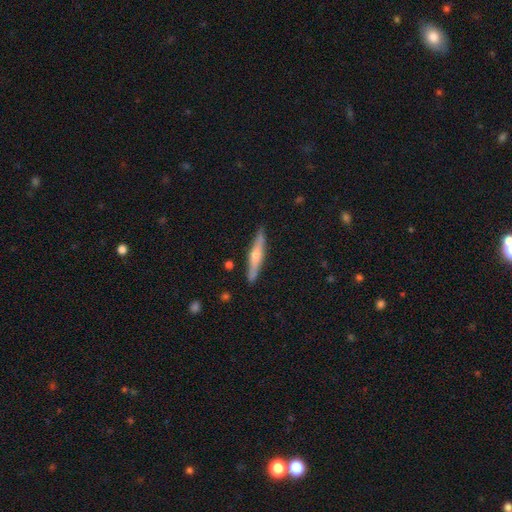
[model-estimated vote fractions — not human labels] Morphology: type=featured or disk (57%); edge-on=yes (96%); edge-on bulge=rounded (78%); merging=none (88%).